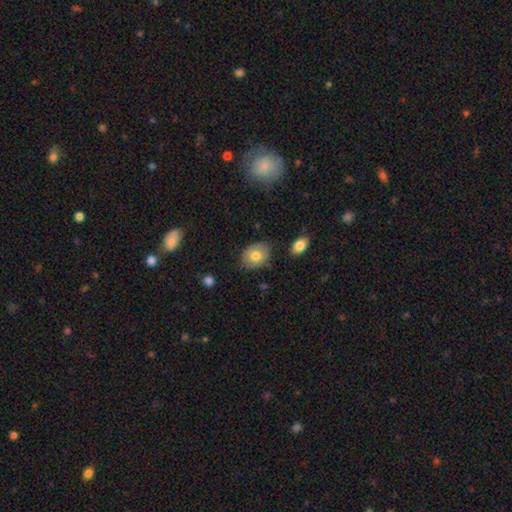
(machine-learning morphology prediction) This is likely a smooth galaxy (74%). How rounded: likely in between (61%). Merging: likely none (78%).